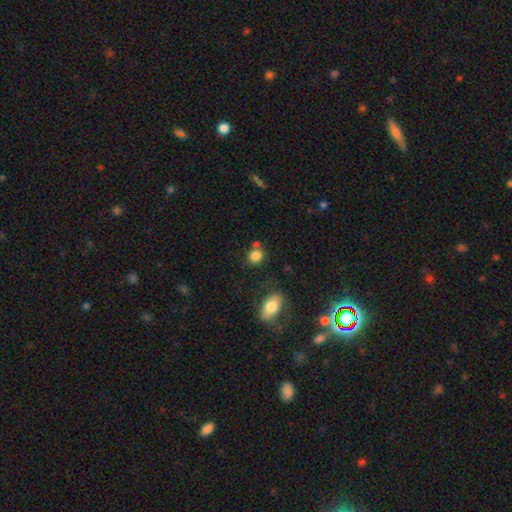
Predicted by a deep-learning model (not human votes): Smooth or featured? Predicted: smooth (p=0.83). How rounded? Predicted: round (p=0.78). Merging? Predicted: none (p=0.67).